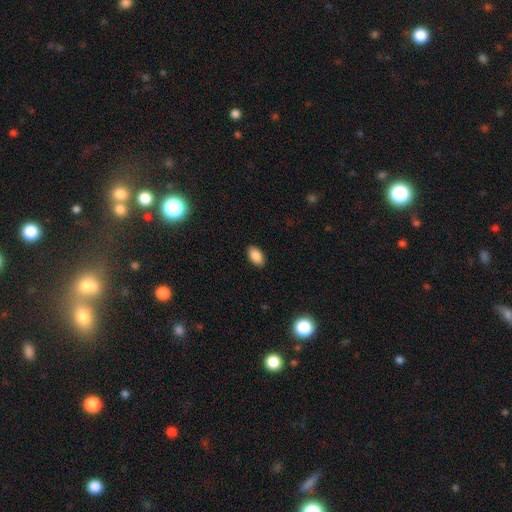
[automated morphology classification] smooth_or_featured: smooth (p=0.87) [alt: star or artifact p=0.08]
how_rounded: in between (p=0.93) [alt: round p=0.05]
merging: none (p=0.88) [alt: minor disturbance p=0.09]